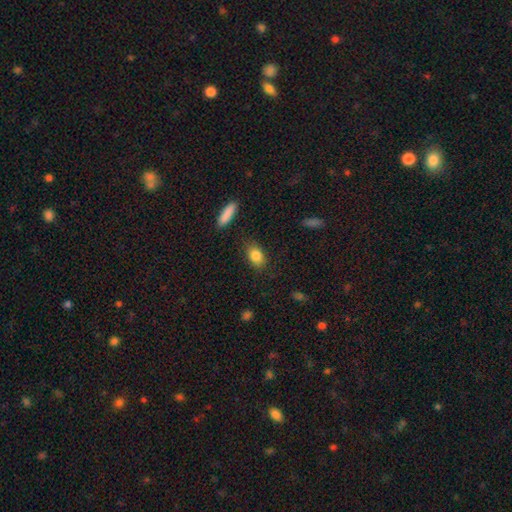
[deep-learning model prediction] This is clearly a smooth galaxy (84%). How rounded: clearly in between (82%). Merging: clearly none (84%).